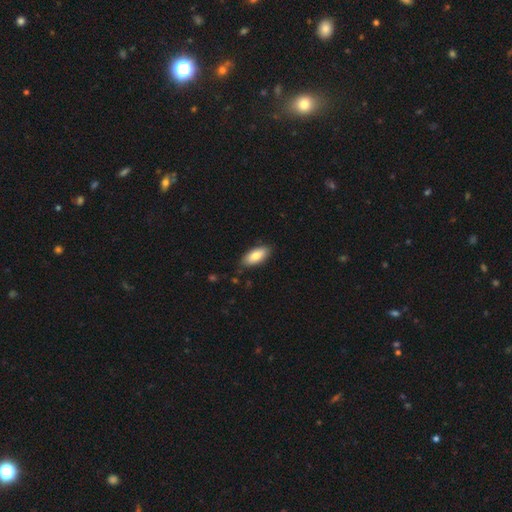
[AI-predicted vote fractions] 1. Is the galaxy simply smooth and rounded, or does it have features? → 81% smooth, 13% featured or disk, 6% star or artifact.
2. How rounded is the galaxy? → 89% in between, 10% cigar-shaped, 2% round.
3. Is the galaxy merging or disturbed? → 85% none, 11% minor disturbance, 2% major disturbance, 1% merger.